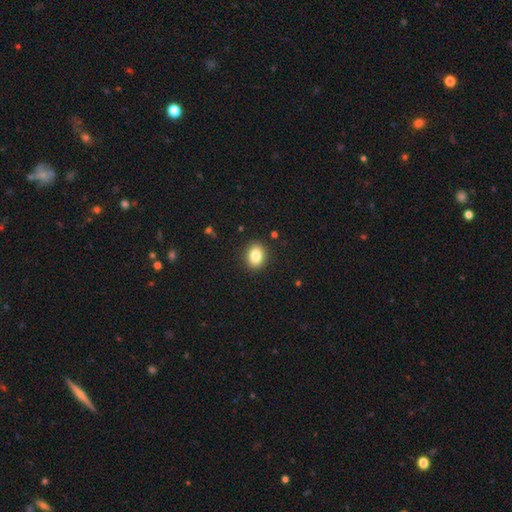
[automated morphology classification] Q: Smooth or featured?
A: smooth (84%); runner-up: star or artifact (9%)
Q: How rounded?
A: in between (56%); runner-up: round (43%)
Q: Merging?
A: none (90%); runner-up: minor disturbance (7%)